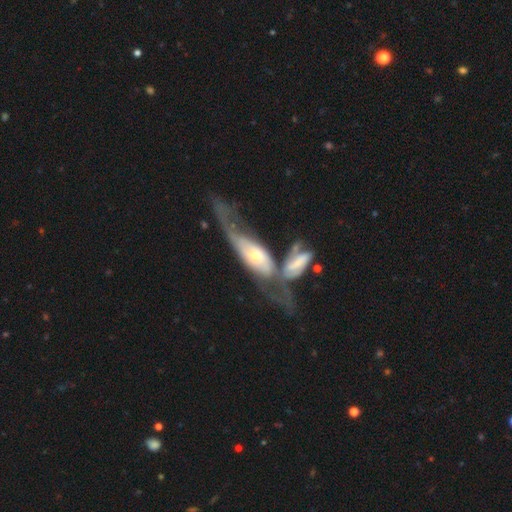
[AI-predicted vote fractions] smooth_or_featured: featured or disk (p=0.67) [alt: smooth p=0.27]
disk_edge_on: no (p=0.73) [alt: yes p=0.27]
merging: merger (p=0.52) [alt: major disturbance p=0.24]